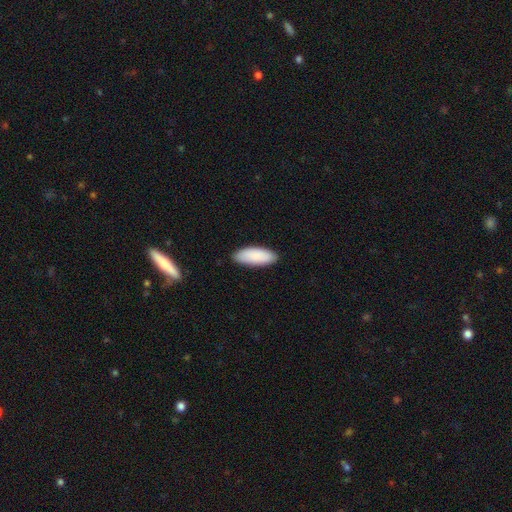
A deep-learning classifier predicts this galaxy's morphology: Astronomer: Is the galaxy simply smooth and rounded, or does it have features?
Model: smooth — 89%.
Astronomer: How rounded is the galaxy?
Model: in between — 78%.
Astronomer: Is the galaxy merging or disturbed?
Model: none — 88%.